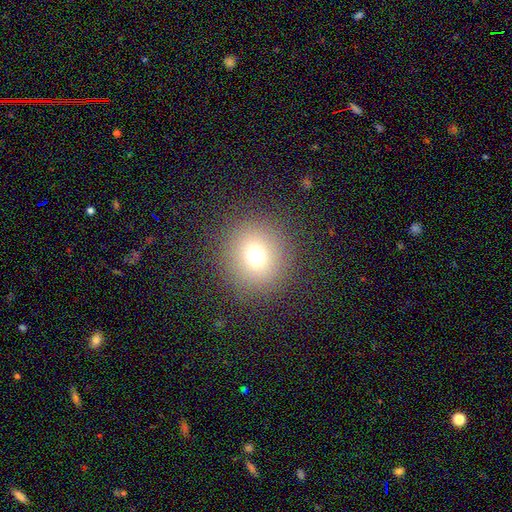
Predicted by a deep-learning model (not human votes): This is likely a smooth galaxy (70%). How rounded: clearly round (87%). Merging: clearly none (87%).